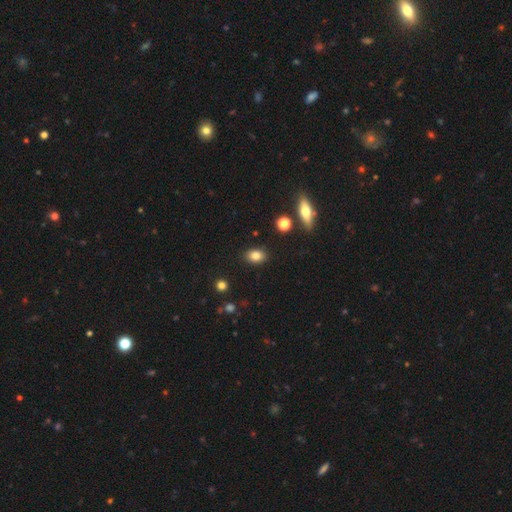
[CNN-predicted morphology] Smooth or featured? Predicted: smooth (p=0.82). How rounded? Predicted: in between (p=0.76). Merging? Predicted: none (p=0.87).